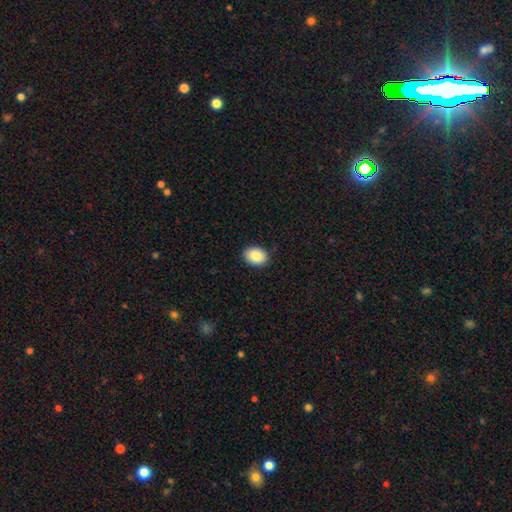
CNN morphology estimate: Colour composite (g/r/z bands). It shows a smooth galaxy with no disk features (87%) that is in between round and cigar-shaped (71%). Merging: none (89%).